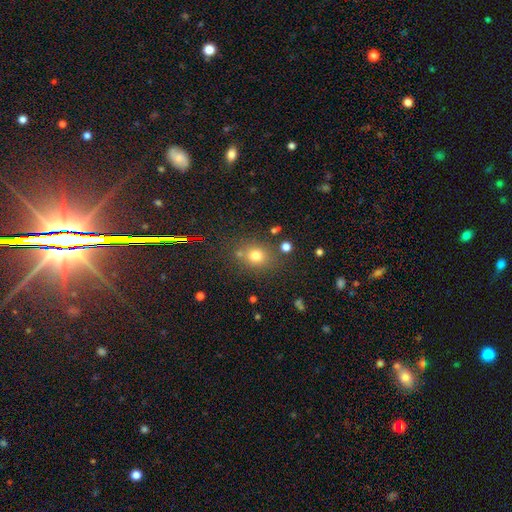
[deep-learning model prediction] Q: Smooth or featured?
A: smooth (74%); runner-up: star or artifact (18%)
Q: How rounded?
A: round (66%); runner-up: in between (32%)
Q: Merging?
A: none (74%); runner-up: minor disturbance (12%)